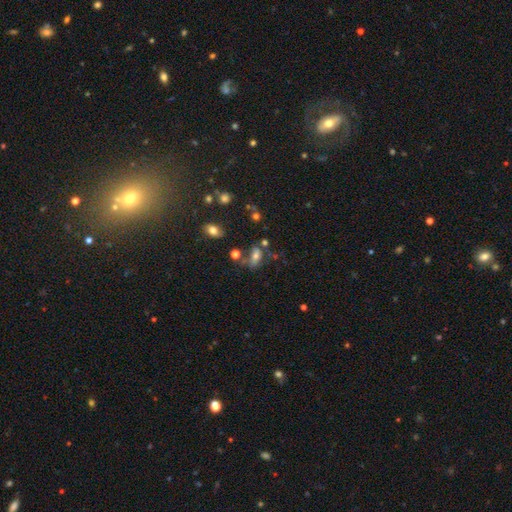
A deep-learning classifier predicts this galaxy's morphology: smooth 55%, featured or disk 29%, star or artifact 16%. Down the decision tree: how rounded — in between (77%); merging — none (45%).